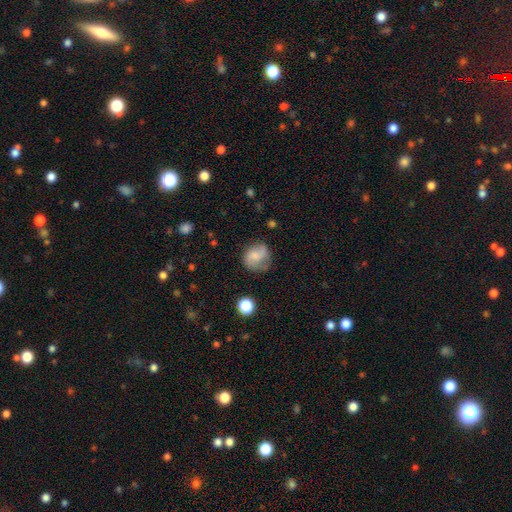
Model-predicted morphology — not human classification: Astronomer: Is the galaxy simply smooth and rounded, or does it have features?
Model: smooth — 52% (runner-up: featured or disk, 38%).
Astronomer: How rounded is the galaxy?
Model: round — 72%.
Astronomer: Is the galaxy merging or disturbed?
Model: none — 57%.